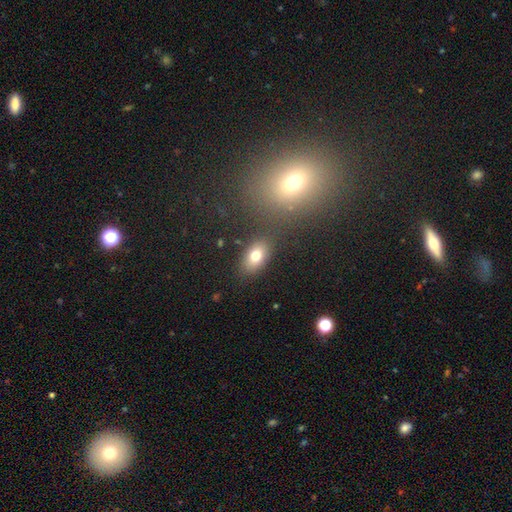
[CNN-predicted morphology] This appears to be a smooth galaxy with no disk features (77%) that is in between round and cigar-shaped (87%). Merging: none (81%).